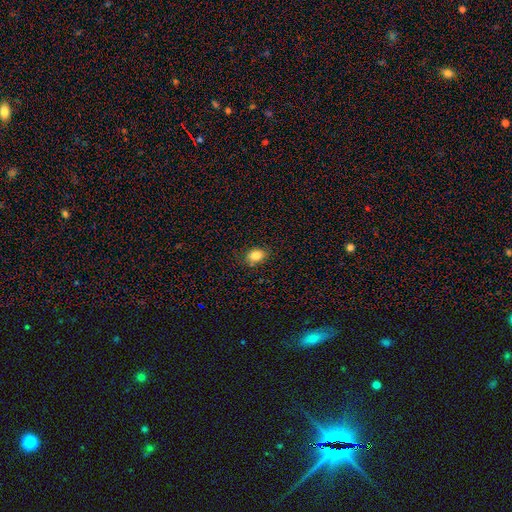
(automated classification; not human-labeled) Smooth or featured? smooth (84%)
How rounded? in between (68%)
Merging? none (82%)